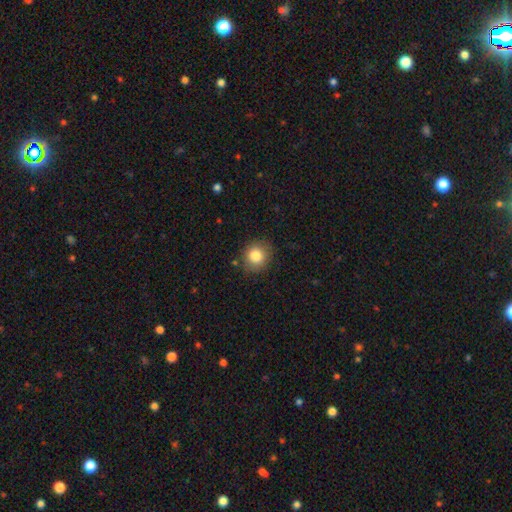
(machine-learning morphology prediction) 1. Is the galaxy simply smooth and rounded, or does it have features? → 83% smooth, 10% star or artifact, 7% featured or disk.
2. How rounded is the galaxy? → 84% round, 15% in between, 1% cigar-shaped.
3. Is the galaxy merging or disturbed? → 85% none, 11% minor disturbance, 3% major disturbance, 1% merger.